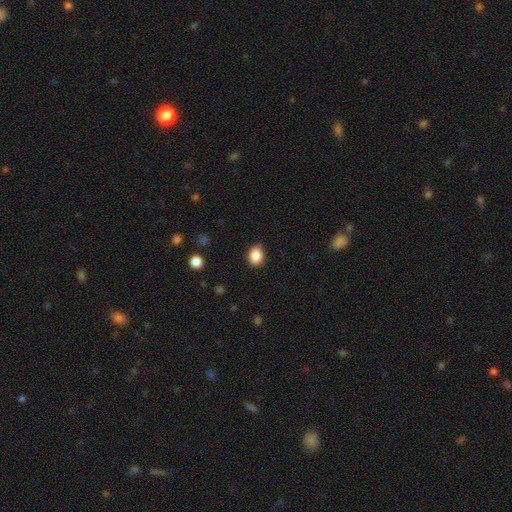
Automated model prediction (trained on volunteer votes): Q: Smooth or featured?
A: smooth (87%); runner-up: star or artifact (9%)
Q: How rounded?
A: in between (56%); runner-up: round (43%)
Q: Merging?
A: none (84%); runner-up: minor disturbance (12%)